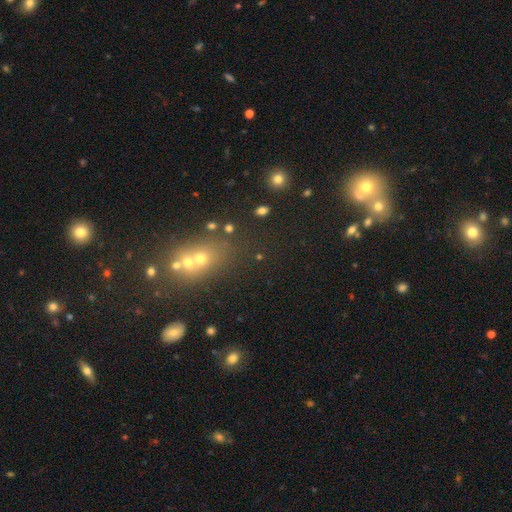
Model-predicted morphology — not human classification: Smooth or featured?
  - smooth: 45% *
  - star or artifact: 39%
  - featured or disk: 16%
Merging?
  - none: 57% *
  - merger: 25%
  - minor disturbance: 12%
  - major disturbance: 6%